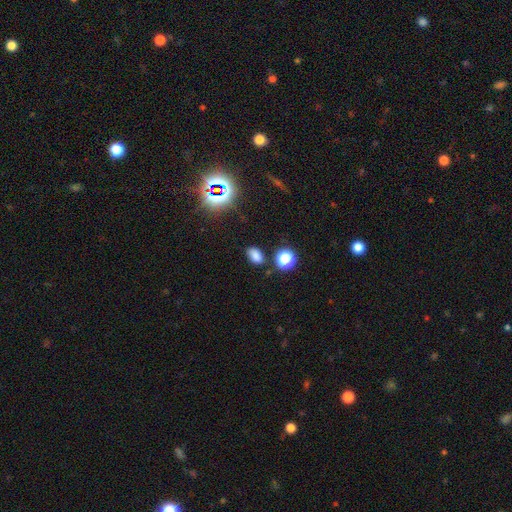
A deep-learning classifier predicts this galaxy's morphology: type=smooth (73%); roundness=in between (82%); merging=none (79%).